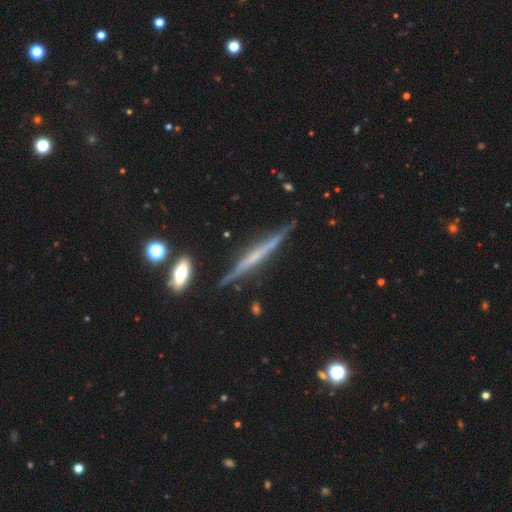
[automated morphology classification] Smooth or featured?
  - featured or disk: 72% *
  - smooth: 22%
  - star or artifact: 7%
Edge-on disk?
  - yes: 97% *
  - no: 3%
Edge-on bulge?
  - none: 71% *
  - rounded: 19%
  - boxy: 10%
Merging?
  - none: 84% *
  - minor disturbance: 12%
  - merger: 2%
  - major disturbance: 2%